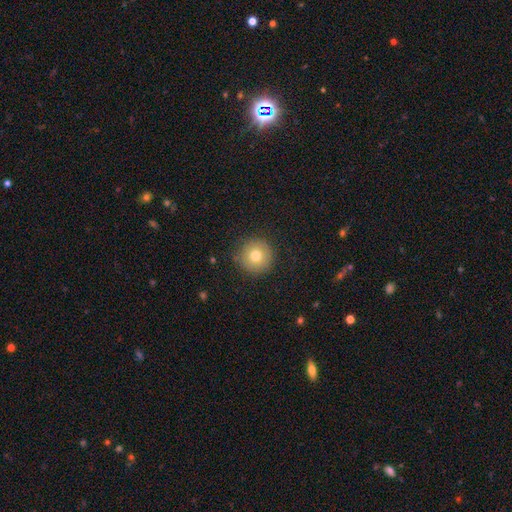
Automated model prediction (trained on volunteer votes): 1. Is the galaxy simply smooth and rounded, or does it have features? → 76% smooth, 13% featured or disk, 11% star or artifact.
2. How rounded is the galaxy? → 96% round, 3% in between, 1% cigar-shaped.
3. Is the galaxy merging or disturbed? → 86% none, 10% minor disturbance, 3% major disturbance, 1% merger.